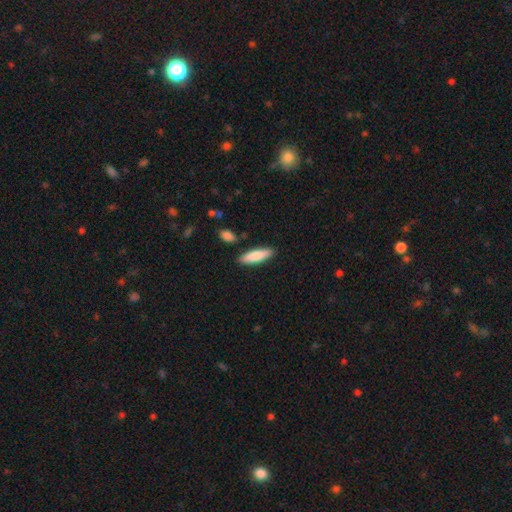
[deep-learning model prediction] smooth_or_featured: smooth (p=0.83) [alt: featured or disk p=0.12]
how_rounded: cigar-shaped (p=0.63) [alt: in between p=0.36]
merging: none (p=0.86) [alt: minor disturbance p=0.09]